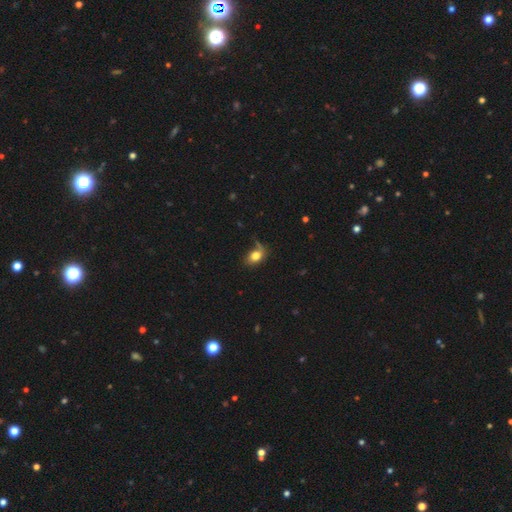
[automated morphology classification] smooth_or_featured: smooth (p=0.77) [alt: featured or disk p=0.13]
how_rounded: in between (p=0.75) [alt: round p=0.23]
merging: none (p=0.51) [alt: minor disturbance p=0.26]